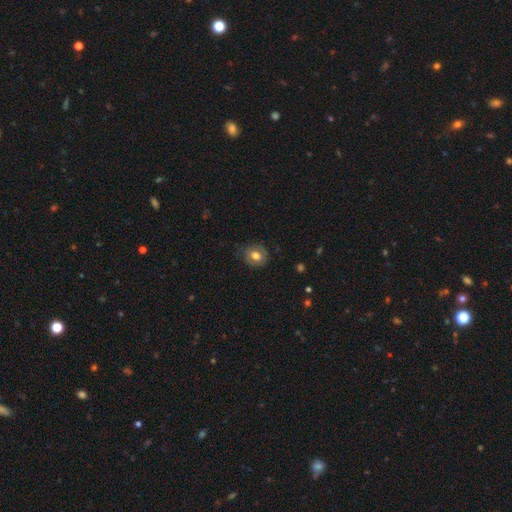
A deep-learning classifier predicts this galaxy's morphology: Smooth or featured? Predicted: smooth (p=0.68). How rounded? Predicted: round (p=0.60). Merging? Predicted: none (p=0.77).